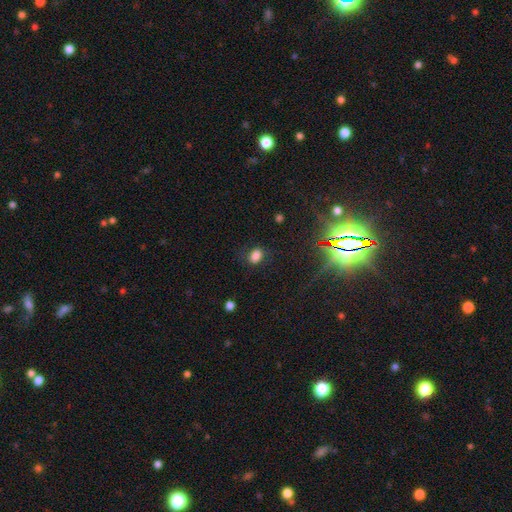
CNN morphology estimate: Q: Smooth or featured?
A: smooth (79%); runner-up: star or artifact (15%)
Q: How rounded?
A: in between (74%); runner-up: round (24%)
Q: Merging?
A: none (73%); runner-up: minor disturbance (18%)